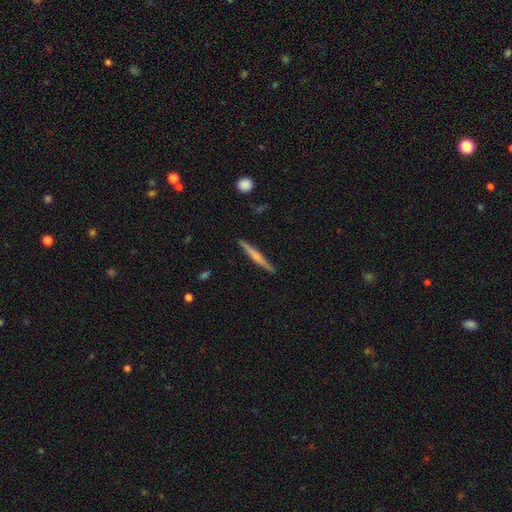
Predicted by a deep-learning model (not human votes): A featured or disk galaxy (53%) viewed edge-on (97%) with a rounded central bulge (45%).

Vote fractions:
- Smooth or featured? featured or disk: 53% / smooth: 41% / star or artifact: 6%
- Edge-on disk? yes: 97% / no: 3%
- Edge-on bulge? rounded: 45% / none: 36% / boxy: 19%
- Merging? none: 89% / minor disturbance: 8% / major disturbance: 2% / merger: 1%